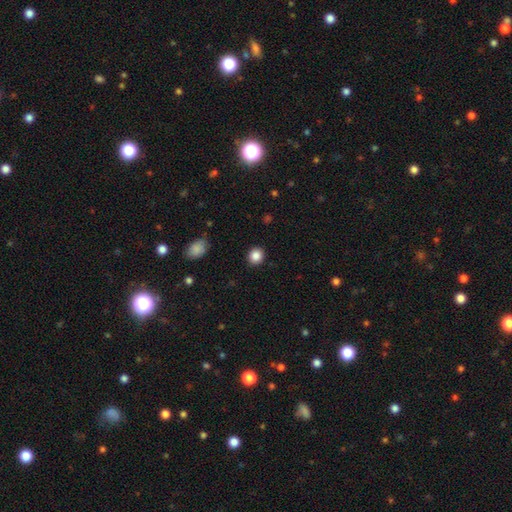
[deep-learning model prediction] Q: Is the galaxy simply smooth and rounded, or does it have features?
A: smooth — 87%.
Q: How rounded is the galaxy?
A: round — 77%.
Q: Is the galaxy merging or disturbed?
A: none — 90%.